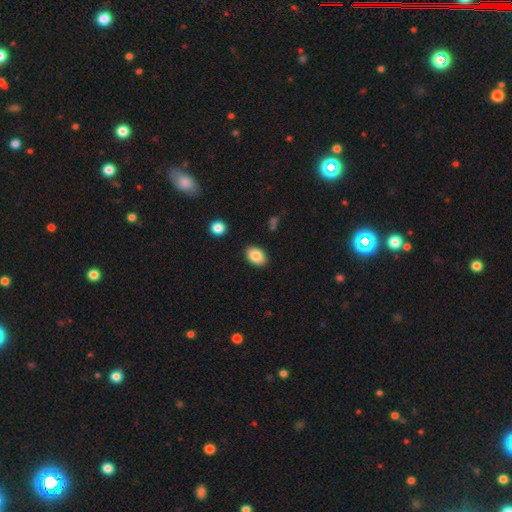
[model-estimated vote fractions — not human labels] A smooth galaxy with no disk features (85%) that is in between round and cigar-shaped (87%).

Vote fractions:
- Smooth or featured? smooth: 85% / star or artifact: 8% / featured or disk: 7%
- How rounded? in between: 87% / round: 12% / cigar-shaped: 1%
- Merging? none: 88% / minor disturbance: 8% / major disturbance: 2% / merger: 2%